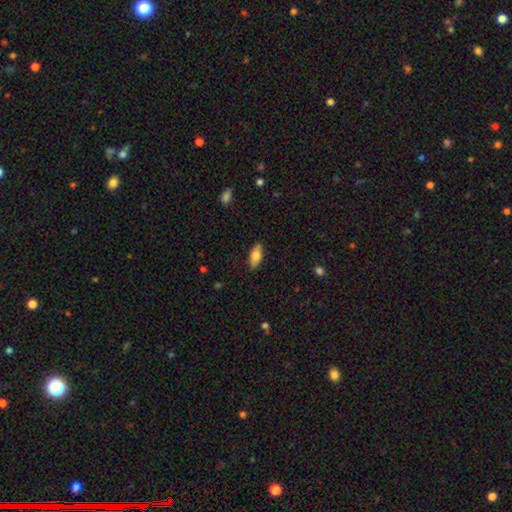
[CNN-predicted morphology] smooth_or_featured: smooth (p=0.77) [alt: featured or disk p=0.16]
how_rounded: in between (p=0.83) [alt: cigar-shaped p=0.15]
merging: none (p=0.88) [alt: minor disturbance p=0.09]